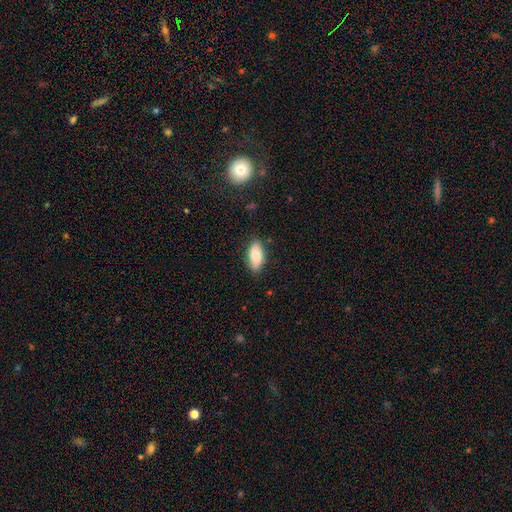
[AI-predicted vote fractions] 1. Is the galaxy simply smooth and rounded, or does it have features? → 76% smooth, 17% featured or disk, 7% star or artifact.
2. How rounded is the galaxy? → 89% in between, 9% cigar-shaped, 3% round.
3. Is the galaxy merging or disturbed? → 81% none, 15% minor disturbance, 3% major disturbance, 1% merger.